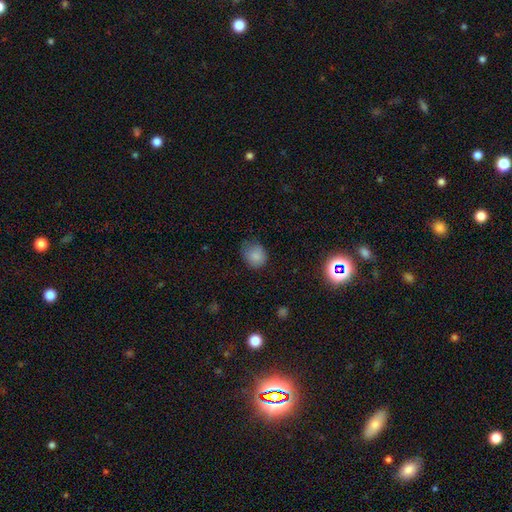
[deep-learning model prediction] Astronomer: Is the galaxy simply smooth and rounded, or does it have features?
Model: smooth — 83%.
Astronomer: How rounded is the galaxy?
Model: round — 66%.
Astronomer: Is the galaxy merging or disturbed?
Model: none — 58%.